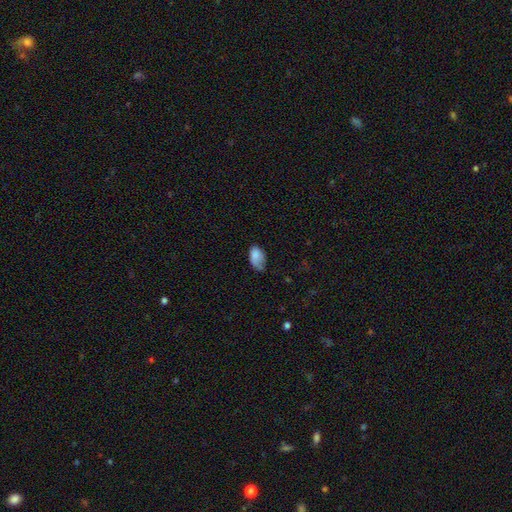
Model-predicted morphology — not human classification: Smooth or featured? Predicted: smooth (p=0.81). How rounded? Predicted: in between (p=0.92). Merging? Predicted: none (p=0.41).